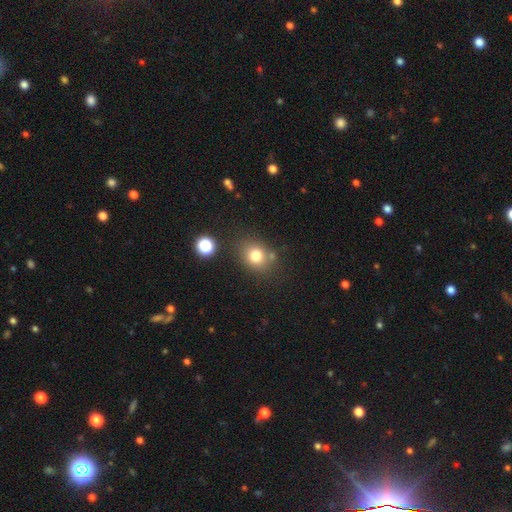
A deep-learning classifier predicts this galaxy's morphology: smooth_or_featured: smooth (p=0.77) [alt: star or artifact p=0.13]
how_rounded: round (p=0.67) [alt: in between p=0.32]
merging: none (p=0.73) [alt: minor disturbance p=0.13]